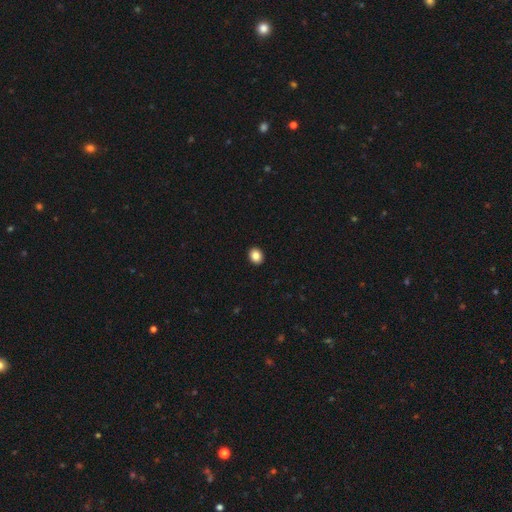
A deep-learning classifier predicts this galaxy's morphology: A smooth galaxy with no disk features (86%) that is round (56%). Merging: none (93%).